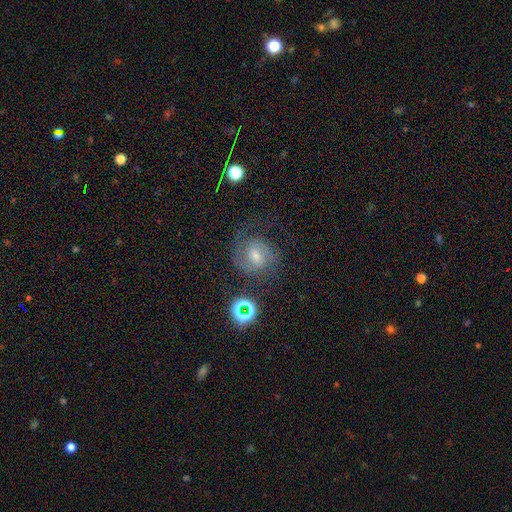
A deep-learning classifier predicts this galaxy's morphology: This is likely a featured or disk galaxy (68%). It is clearly not viewed edge-on (97%). Bar: possibly weak (54%). Spiral arm pattern: clearly yes (93%). Spiral arm count: likely 2 (63%). Spiral winding: possibly medium (47%). Central bulge: possibly moderate (53%). Merging: likely none (62%).